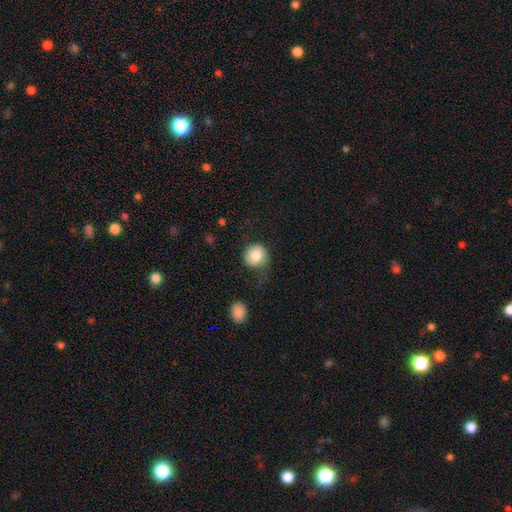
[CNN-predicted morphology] A smooth galaxy with no disk features (81%) that is round (85%). Merging: none (49%).